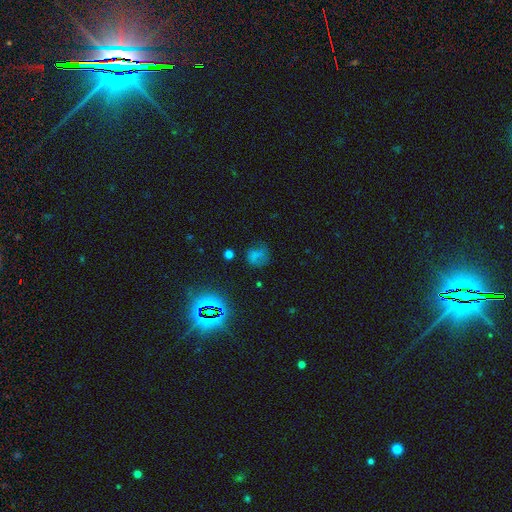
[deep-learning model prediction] Smooth or featured?
  - smooth: 55% *
  - star or artifact: 29%
  - featured or disk: 16%
How rounded?
  - round: 63% *
  - in between: 35%
  - cigar-shaped: 2%
Merging?
  - none: 55% *
  - minor disturbance: 24%
  - major disturbance: 17%
  - merger: 4%